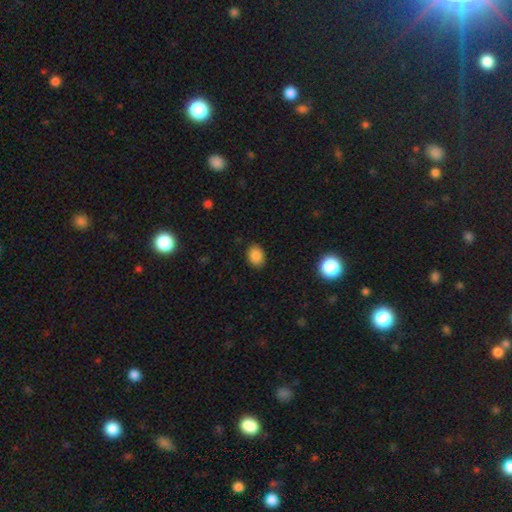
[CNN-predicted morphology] A smooth galaxy with no disk features (86%) that is in between round and cigar-shaped (62%).

Vote fractions:
- Smooth or featured? smooth: 86% / star or artifact: 10% / featured or disk: 4%
- How rounded? in between: 62% / round: 37% / cigar-shaped: 1%
- Merging? none: 88% / minor disturbance: 9% / major disturbance: 2% / merger: 1%